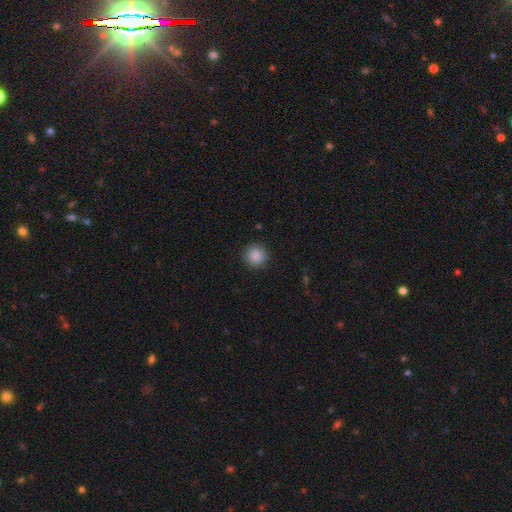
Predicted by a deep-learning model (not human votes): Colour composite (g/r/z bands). It shows a smooth galaxy with no disk features (88%) that is round (94%). Merging: none (91%).